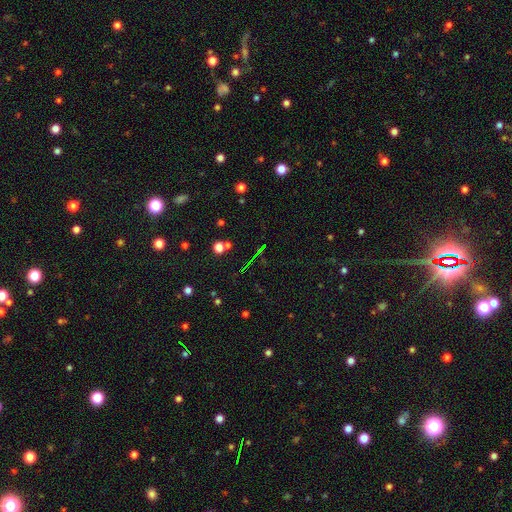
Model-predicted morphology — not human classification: smooth_or_featured: star or artifact (p=0.65) [alt: smooth p=0.18]